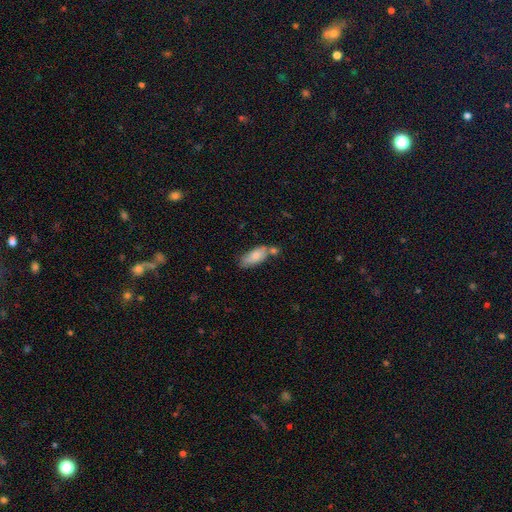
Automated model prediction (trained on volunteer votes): A smooth galaxy with no disk features (79%) that is in between round and cigar-shaped (81%). Merging: none (53%).